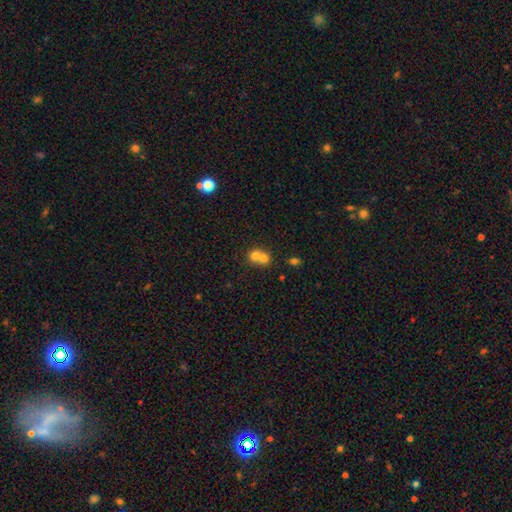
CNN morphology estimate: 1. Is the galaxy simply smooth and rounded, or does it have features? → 72% smooth, 17% featured or disk, 11% star or artifact.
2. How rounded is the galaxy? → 77% round, 22% in between, 1% cigar-shaped.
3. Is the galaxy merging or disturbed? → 67% merger, 26% none, 4% minor disturbance, 2% major disturbance.